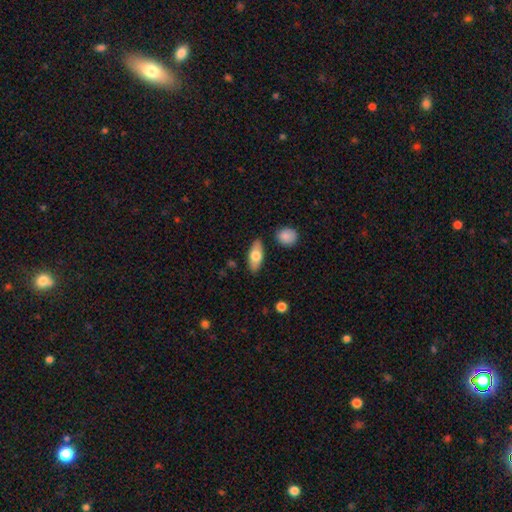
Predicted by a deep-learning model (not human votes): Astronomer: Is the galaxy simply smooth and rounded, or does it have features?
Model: smooth — 69%.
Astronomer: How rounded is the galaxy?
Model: in between — 82%.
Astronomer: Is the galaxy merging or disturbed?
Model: none — 84%.